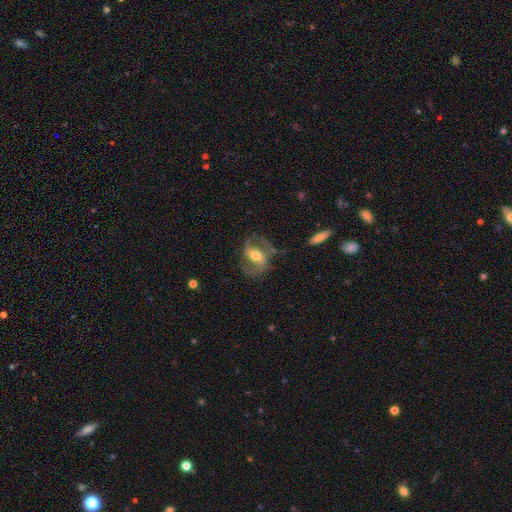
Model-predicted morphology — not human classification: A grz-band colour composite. It shows a featured or disk galaxy (73%) with a strong bar (42%), 2 (84%) medium (48%) spiral arms (81%) and a moderate central bulge (64%). Merging: none (65%).